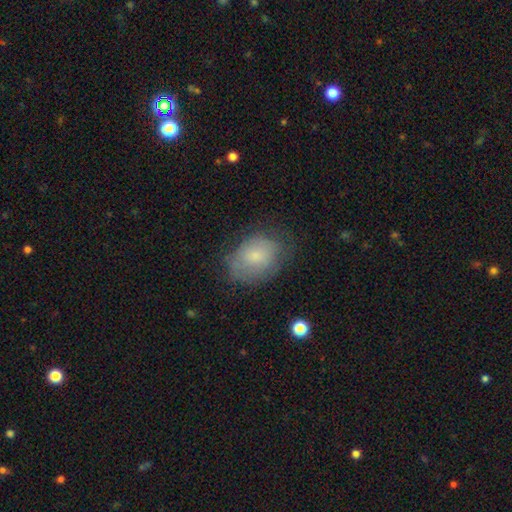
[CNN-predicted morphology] smooth 71%, featured or disk 21%, star or artifact 8%. Down the decision tree: how rounded — in between (72%); merging — none (61%).